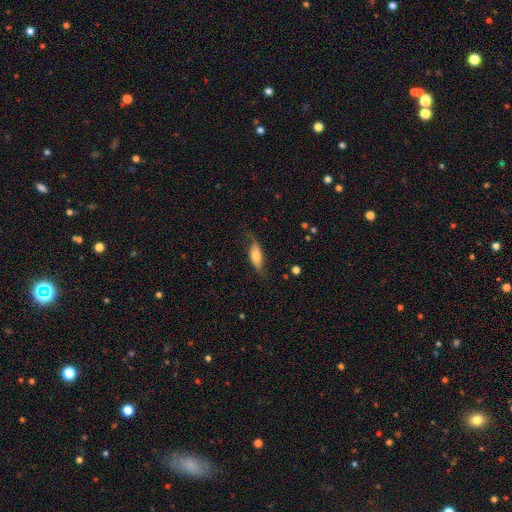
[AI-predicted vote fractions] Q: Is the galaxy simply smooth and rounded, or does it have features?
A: featured or disk — 48%.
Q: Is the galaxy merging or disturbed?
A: none — 59%.